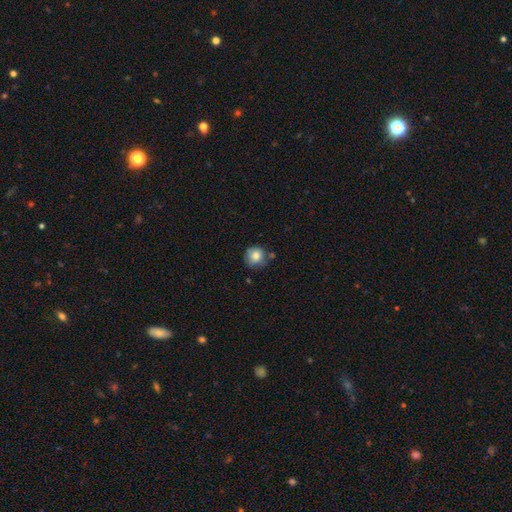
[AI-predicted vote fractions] Overall: smooth (80%). How rounded: round (89%). Merging: none (65%).